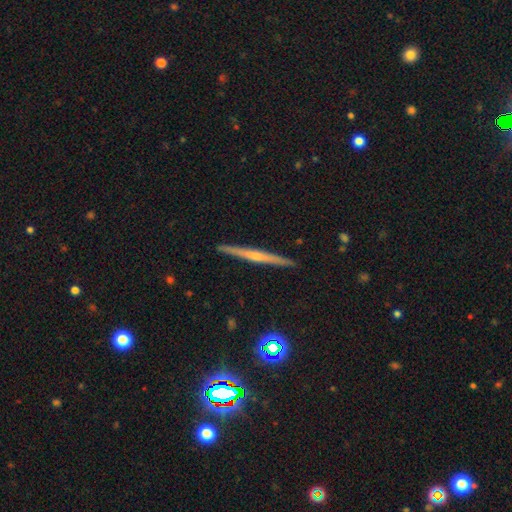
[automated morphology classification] A featured or disk galaxy (67%) viewed edge-on (98%) with a rounded central bulge (60%).

Vote fractions:
- Smooth or featured? featured or disk: 67% / smooth: 26% / star or artifact: 7%
- Edge-on disk? yes: 98% / no: 2%
- Edge-on bulge? rounded: 60% / none: 35% / boxy: 6%
- Merging? none: 92% / minor disturbance: 6% / major disturbance: 1% / merger: 1%